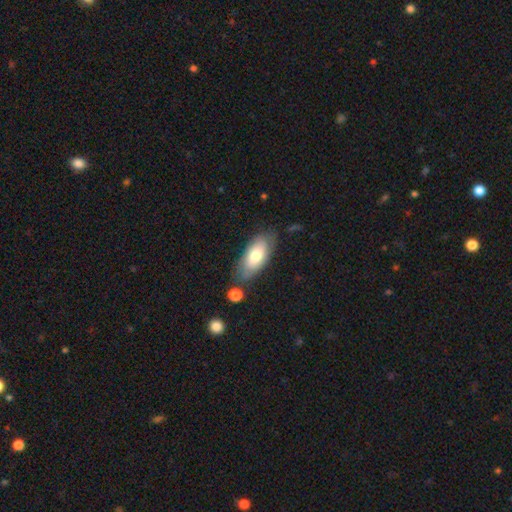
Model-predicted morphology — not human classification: smooth 67%, featured or disk 27%, star or artifact 6%. Down the decision tree: how rounded — in between (87%); merging — none (70%).